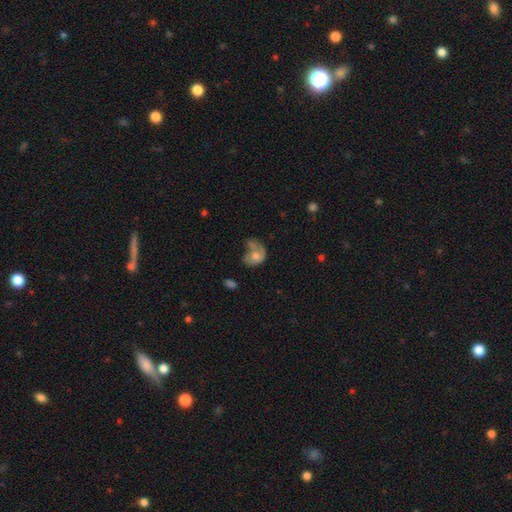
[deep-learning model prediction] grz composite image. It shows a smooth galaxy with no disk features (48%). Merging: major disturbance (36%).